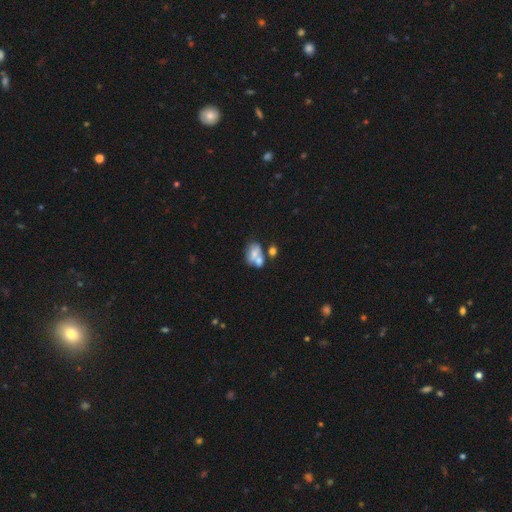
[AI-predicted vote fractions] Q: Smooth or featured?
A: smooth (59%); runner-up: featured or disk (30%)
Q: How rounded?
A: in between (79%); runner-up: round (19%)
Q: Merging?
A: merger (52%); runner-up: none (26%)